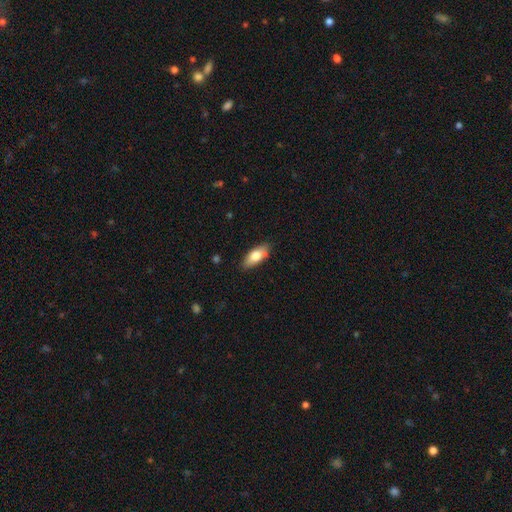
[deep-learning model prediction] smooth 77%, featured or disk 17%, star or artifact 6%. Down the decision tree: how rounded — in between (83%); merging — none (83%).